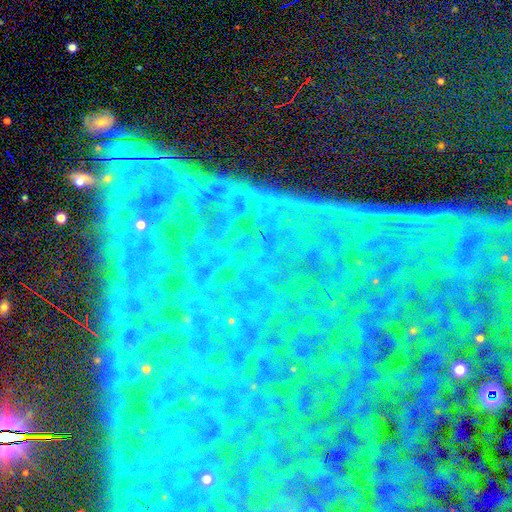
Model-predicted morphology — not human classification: star or artifact 87%, featured or disk 7%, smooth 6%.